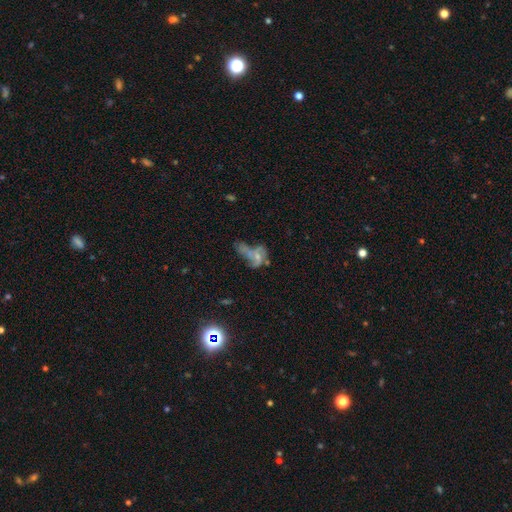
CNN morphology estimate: Smooth or featured? featured or disk (54%)
Edge-on disk? no (96%)
Bar? no (77%)
Spiral arms? yes (50%, tied with no)
Bulge size? small (50%)
Merging? merger (37%)